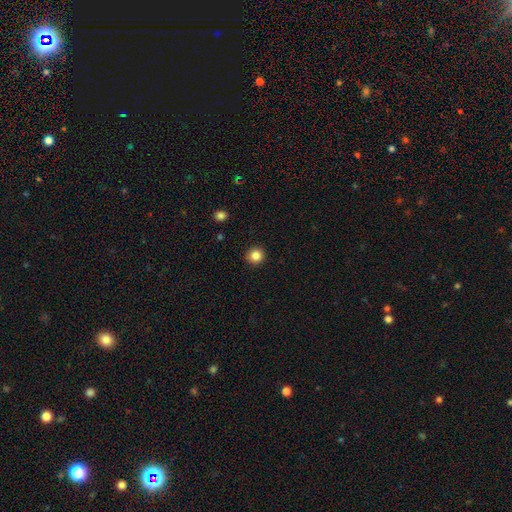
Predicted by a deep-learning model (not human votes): A smooth galaxy with no disk features (85%) that is round (94%).

Vote fractions:
- Smooth or featured? smooth: 85% / star or artifact: 11% / featured or disk: 4%
- How rounded? round: 94% / in between: 5% / cigar-shaped: 1%
- Merging? none: 92% / minor disturbance: 5% / major disturbance: 2% / merger: 1%